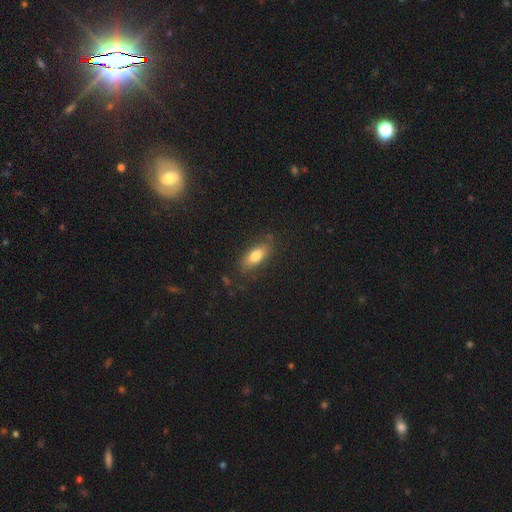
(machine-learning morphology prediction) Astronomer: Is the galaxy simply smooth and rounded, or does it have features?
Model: smooth — 75%.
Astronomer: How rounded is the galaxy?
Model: in between — 77%.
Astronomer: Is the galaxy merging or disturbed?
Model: none — 79%.